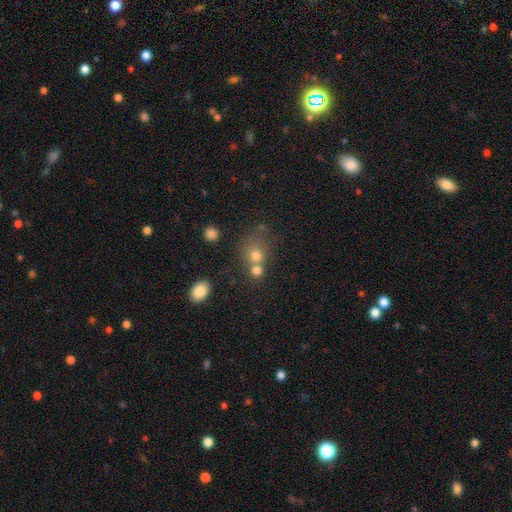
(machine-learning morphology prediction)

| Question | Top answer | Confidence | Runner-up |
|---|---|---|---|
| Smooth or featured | smooth | 71% | star or artifact (15%) |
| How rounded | round | 76% | in between (23%) |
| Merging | merger | 46% | none (39%) |